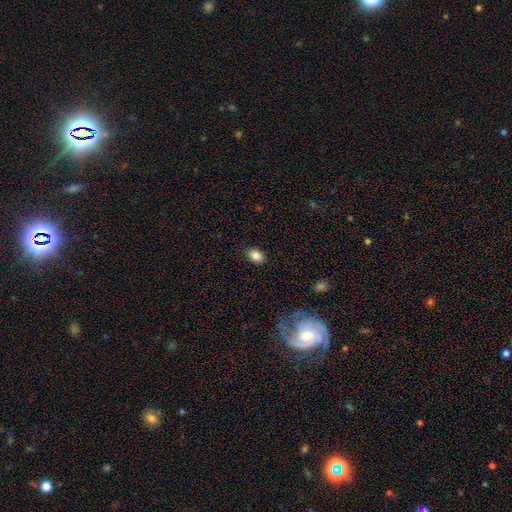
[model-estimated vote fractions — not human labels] Morphology: type=smooth (86%); roundness=in between (80%); merging=none (89%).